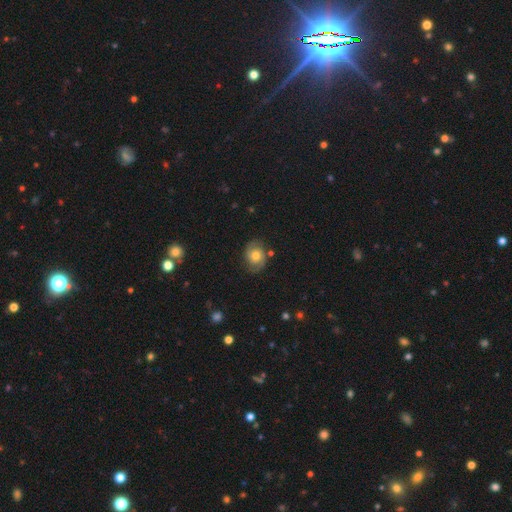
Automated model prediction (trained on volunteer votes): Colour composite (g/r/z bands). It shows a featured or disk galaxy (54%) with no bar (77%), spiral arms (84%) and a moderate central bulge (71%). Merging: none (75%).